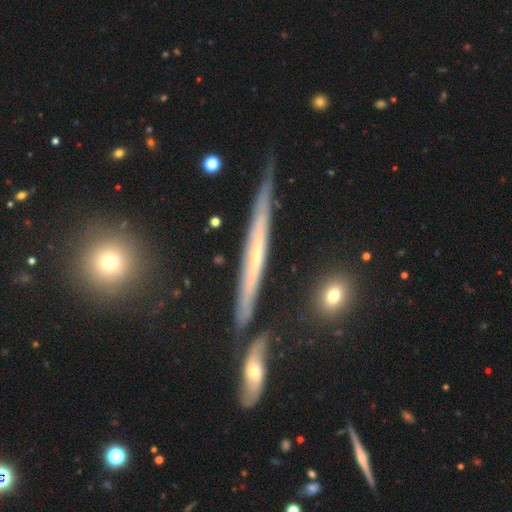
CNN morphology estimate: Smooth or featured? featured or disk (71%)
Edge-on disk? yes (87%)
Edge-on bulge? none (73%)
Merging? none (73%)